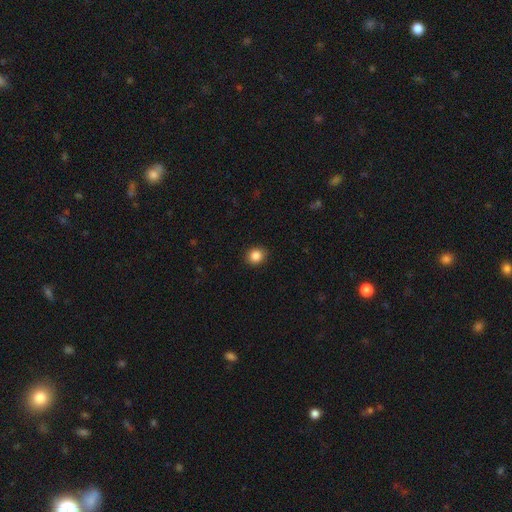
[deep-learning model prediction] This appears to be a smooth galaxy with no disk features (86%) that is round (80%). Merging: none (89%).